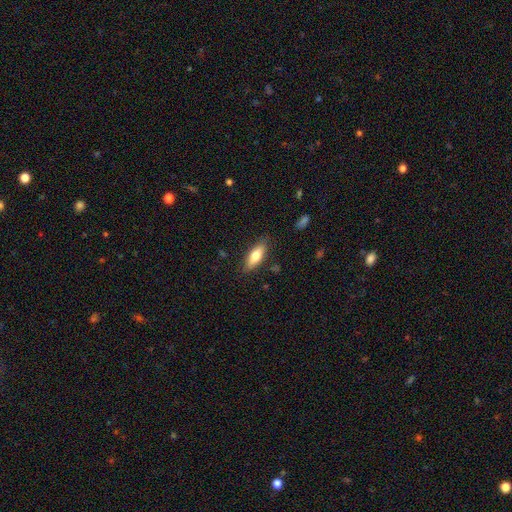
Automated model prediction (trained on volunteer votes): This is likely a smooth galaxy (68%). How rounded: likely in between (65%). Merging: clearly none (84%).